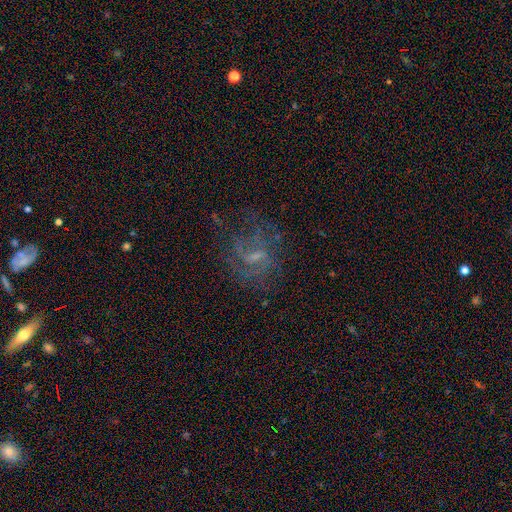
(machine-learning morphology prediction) This is likely a featured or disk galaxy (69%). It is clearly not viewed edge-on (97%). Bar: possibly weak (54%). Spiral arm pattern: likely yes (75%). Central bulge: possibly small (45%). Merging: possibly none (55%).